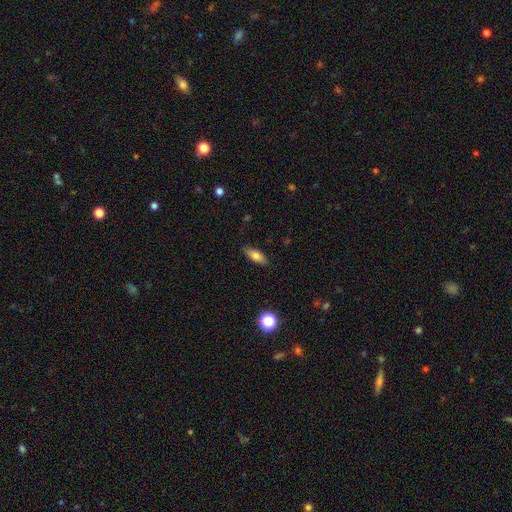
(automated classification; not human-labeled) smooth 77%, featured or disk 15%, star or artifact 8%. Down the decision tree: how rounded — in between (74%); merging — none (86%).